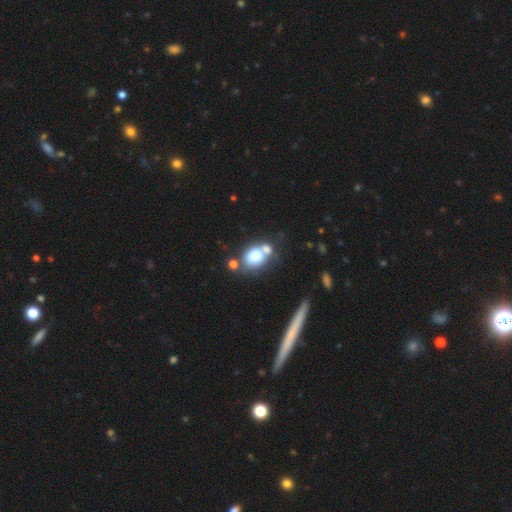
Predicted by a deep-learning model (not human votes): The model was most divided on "merging": merger: 44%, none: 37%, minor disturbance: 12%, major disturbance: 7%. More confident: smooth or featured — smooth (74%); how rounded — in between (58%).